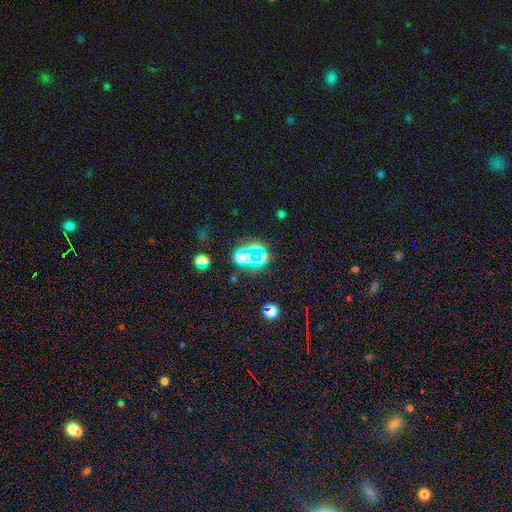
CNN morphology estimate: Smooth or featured: star or artifact — 68% (smooth — 21%)